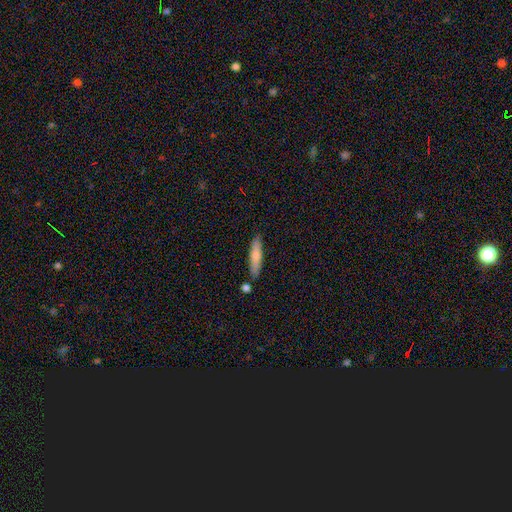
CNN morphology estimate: Smooth or featured?
  - smooth: 69% *
  - featured or disk: 25%
  - star or artifact: 6%
How rounded?
  - cigar-shaped: 81% *
  - in between: 17%
  - round: 2%
Merging?
  - none: 81% *
  - minor disturbance: 11%
  - merger: 5%
  - major disturbance: 2%